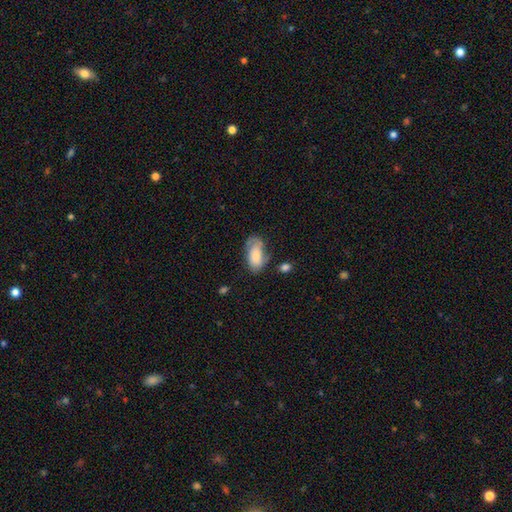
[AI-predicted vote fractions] smooth 66%, featured or disk 27%, star or artifact 7%. Down the decision tree: how rounded — in between (93%); merging — none (51%).